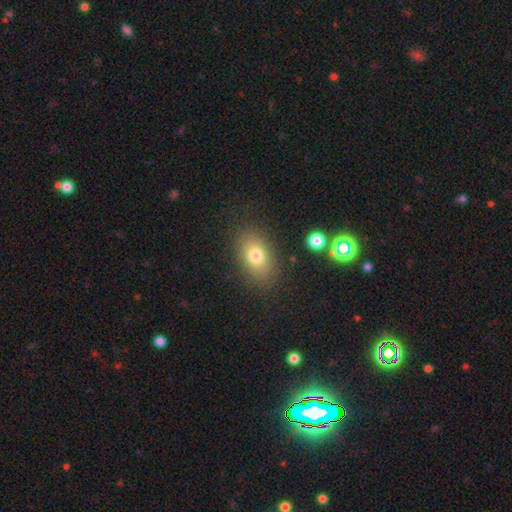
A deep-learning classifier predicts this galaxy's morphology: This is likely a smooth galaxy (76%). How rounded: clearly in between (83%). Merging: clearly none (83%).